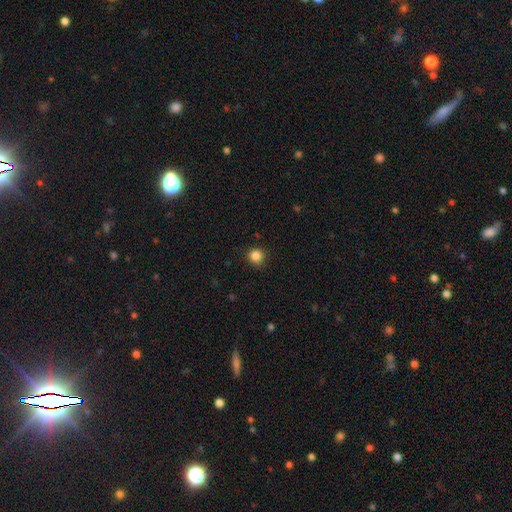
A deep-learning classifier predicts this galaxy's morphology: This appears to be a smooth galaxy with no disk features (85%) that is round (91%). Merging: none (88%).